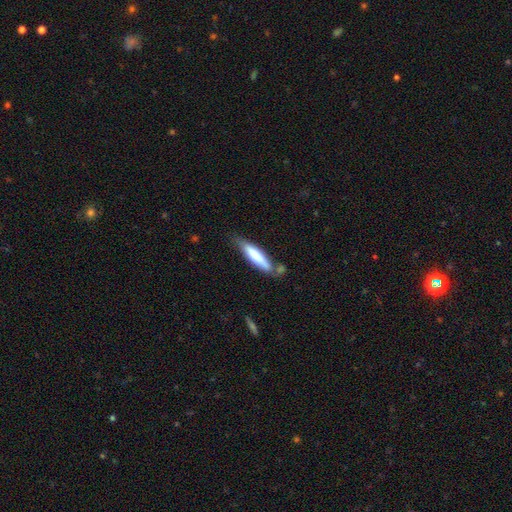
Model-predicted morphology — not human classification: Smooth or featured: smooth — 72% (featured or disk — 23%)
How rounded: cigar-shaped — 77% (in between — 22%)
Merging: none — 61% (minor disturbance — 22%)